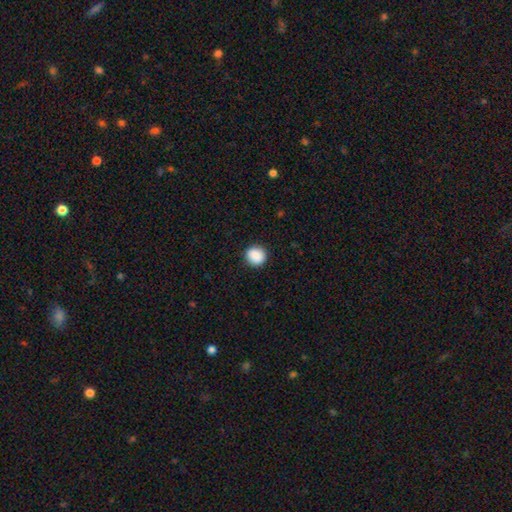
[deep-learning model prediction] Smooth or featured? Predicted: smooth (p=0.89). How rounded? Predicted: round (p=0.86). Merging? Predicted: none (p=0.90).